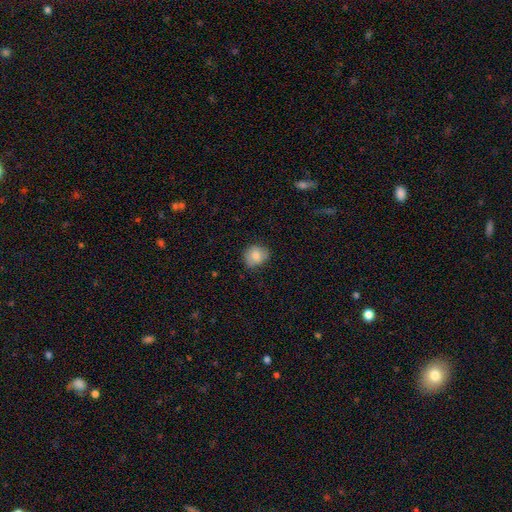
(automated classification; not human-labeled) Smooth or featured? Predicted: smooth (p=0.77). How rounded? Predicted: round (p=0.74). Merging? Predicted: none (p=0.76).